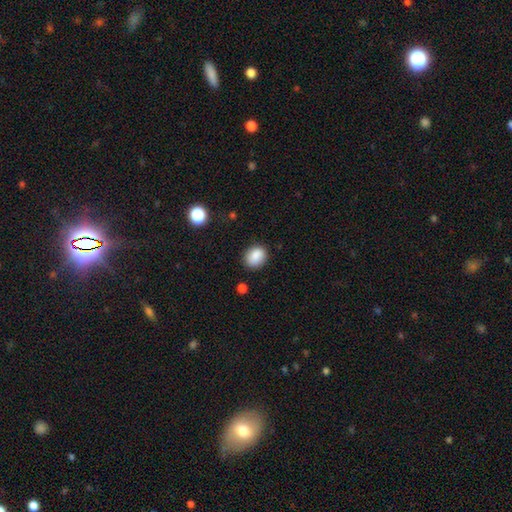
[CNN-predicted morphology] This appears to be a smooth galaxy with no disk features (86%) that is round (52%). Merging: none (82%).